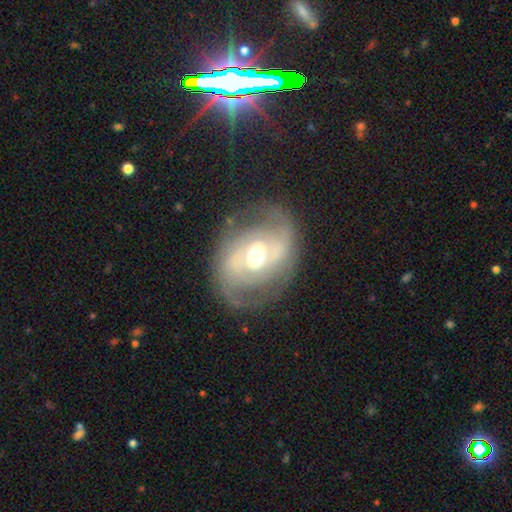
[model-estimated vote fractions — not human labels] smooth_or_featured: featured or disk (p=0.80) [alt: smooth p=0.14]
disk_edge_on: no (p=0.96) [alt: yes p=0.04]
bar: weak (p=0.41) [alt: no p=0.40]
has_spiral_arms: yes (p=0.86) [alt: no p=0.14]
spiral_winding: tight (p=0.41) [tied with: medium p=0.41]
spiral_arm_count: 2 (p=0.71) [alt: can't tell p=0.16]
bulge_size: moderate (p=0.70) [alt: large p=0.16]
merging: none (p=0.73) [alt: minor disturbance p=0.16]